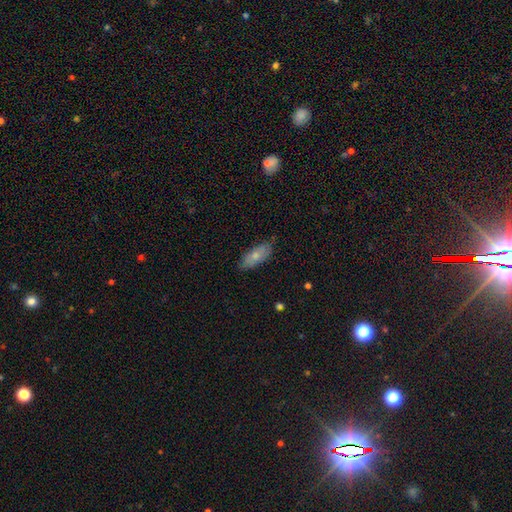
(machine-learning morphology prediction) Q: Smooth or featured?
A: smooth (70%); runner-up: featured or disk (24%)
Q: How rounded?
A: in between (76%); runner-up: cigar-shaped (21%)
Q: Merging?
A: none (75%); runner-up: minor disturbance (20%)